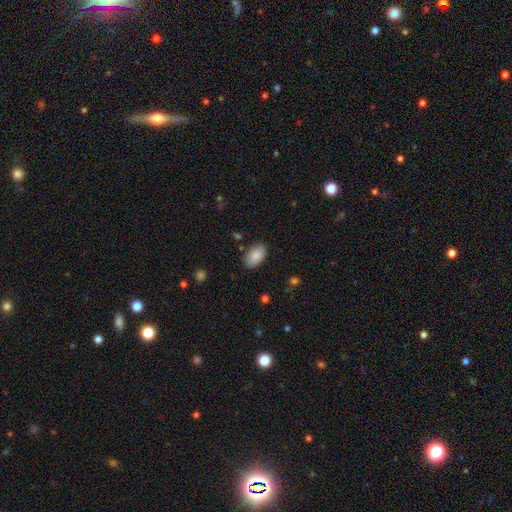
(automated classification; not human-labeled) Overall: smooth (87%). How rounded: in between (93%). Merging: none (86%).